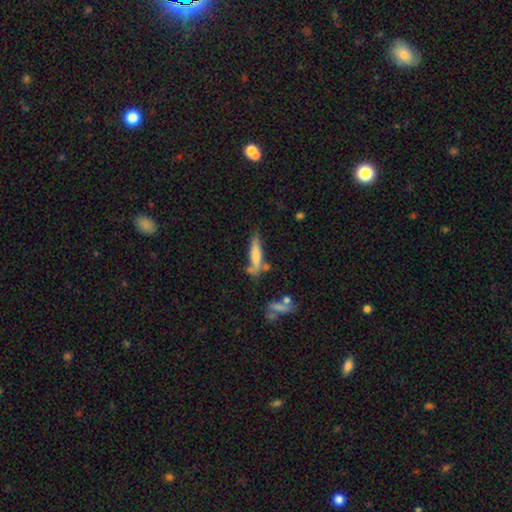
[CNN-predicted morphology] Q: Smooth or featured?
A: smooth (60%); runner-up: featured or disk (31%)
Q: How rounded?
A: cigar-shaped (81%); runner-up: in between (17%)
Q: Merging?
A: none (59%); runner-up: minor disturbance (22%)